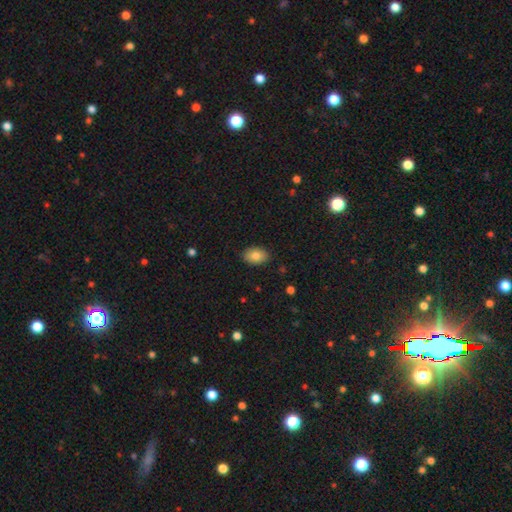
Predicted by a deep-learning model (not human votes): Smooth or featured?
  - smooth: 82% *
  - featured or disk: 10%
  - star or artifact: 8%
How rounded?
  - in between: 88% *
  - round: 11%
  - cigar-shaped: 1%
Merging?
  - none: 88% *
  - minor disturbance: 9%
  - major disturbance: 2%
  - merger: 1%